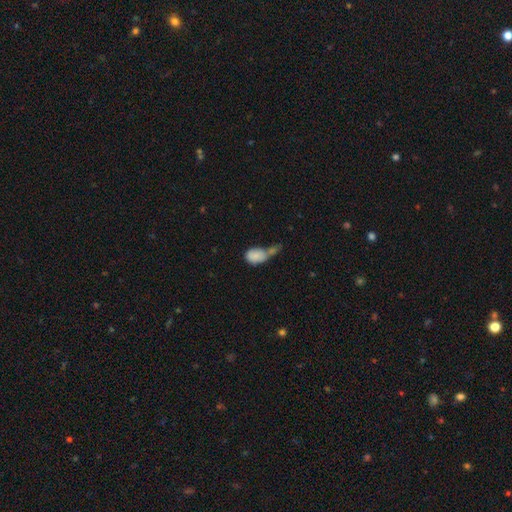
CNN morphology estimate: Smooth or featured? smooth (82%)
How rounded? in between (82%)
Merging? merger (51%)